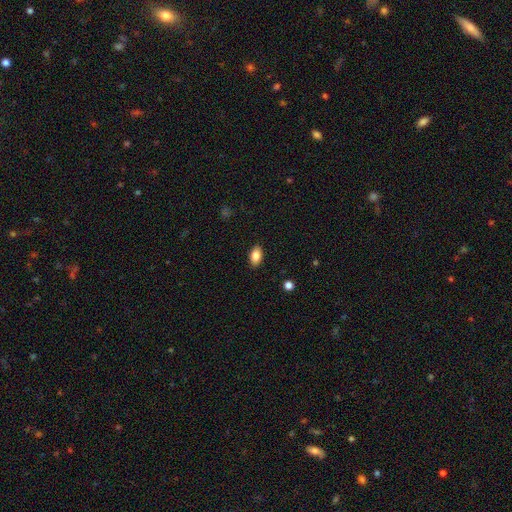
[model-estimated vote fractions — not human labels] A smooth galaxy with no disk features (85%) that is in between round and cigar-shaped (90%). Merging: none (88%).